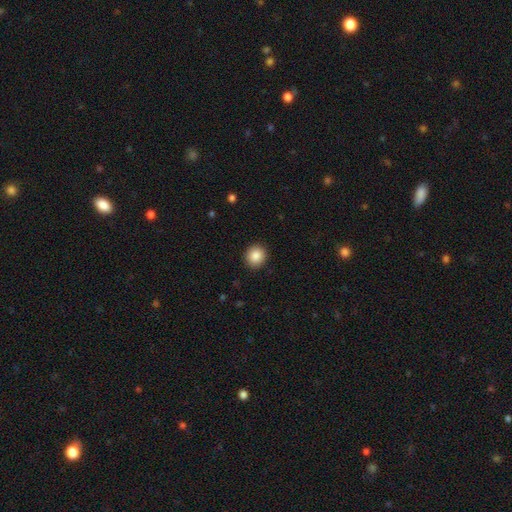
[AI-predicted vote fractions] A smooth galaxy with no disk features (87%) that is round (87%). Merging: none (91%).